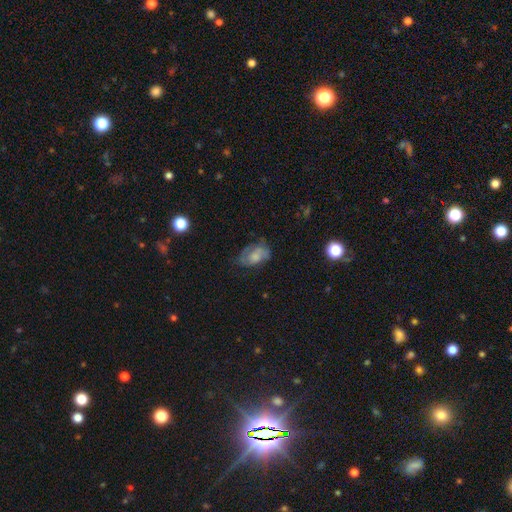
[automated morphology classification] Smooth or featured?
  - smooth: 58% *
  - featured or disk: 33%
  - star or artifact: 9%
How rounded?
  - in between: 89% *
  - round: 9%
  - cigar-shaped: 2%
Merging?
  - none: 51% *
  - minor disturbance: 31%
  - major disturbance: 17%
  - merger: 2%